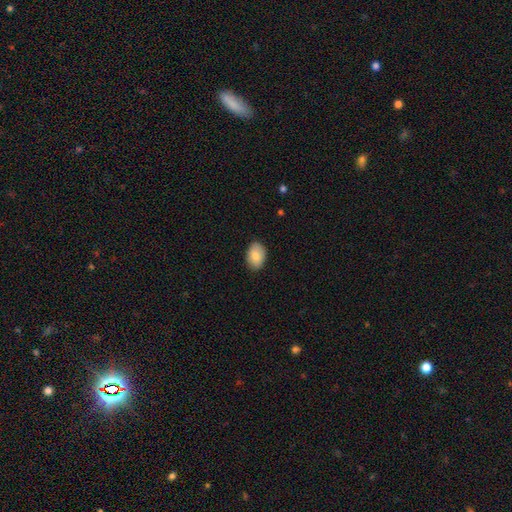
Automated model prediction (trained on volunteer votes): smooth_or_featured: smooth (p=0.82) [alt: featured or disk p=0.11]
how_rounded: in between (p=0.86) [alt: round p=0.13]
merging: none (p=0.86) [alt: minor disturbance p=0.11]